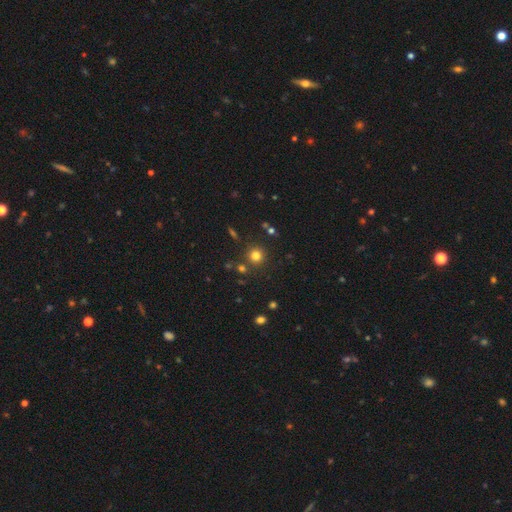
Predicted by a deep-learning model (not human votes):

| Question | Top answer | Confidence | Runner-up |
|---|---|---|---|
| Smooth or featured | smooth | 77% | star or artifact (17%) |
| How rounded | round | 93% | in between (6%) |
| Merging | none | 85% | minor disturbance (7%) |